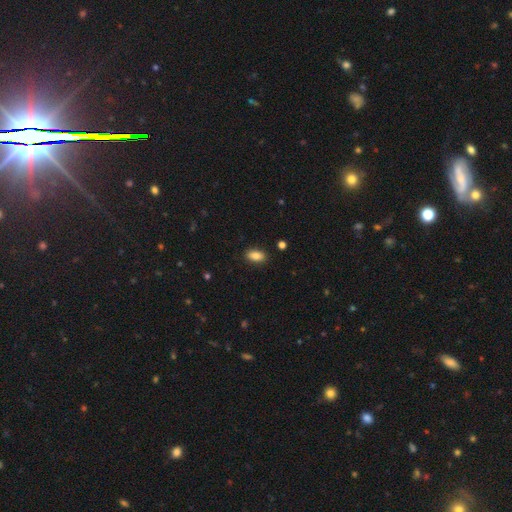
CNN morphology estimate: Overall: smooth (86%). How rounded: in between (91%). Merging: none (88%).